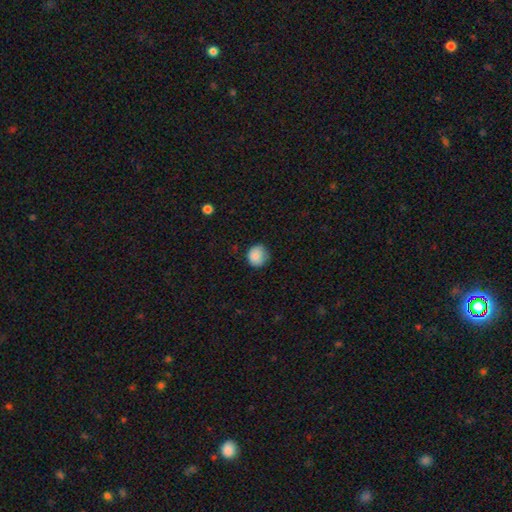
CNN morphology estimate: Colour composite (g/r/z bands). It shows a smooth galaxy with no disk features (87%) that is round (85%). Merging: none (75%).